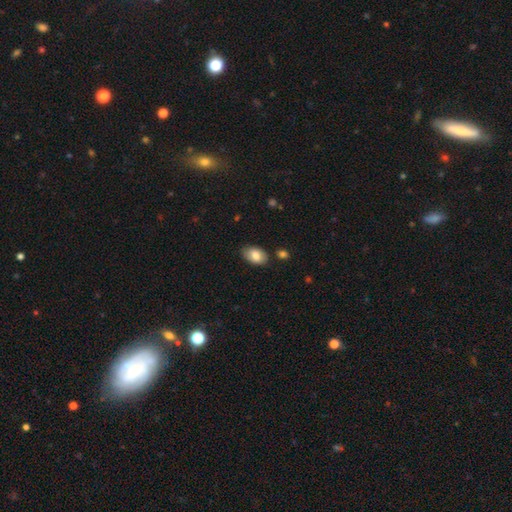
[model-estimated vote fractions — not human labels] smooth_or_featured: smooth (p=0.83) [alt: featured or disk p=0.10]
how_rounded: in between (p=0.91) [alt: round p=0.08]
merging: none (p=0.80) [alt: minor disturbance p=0.14]